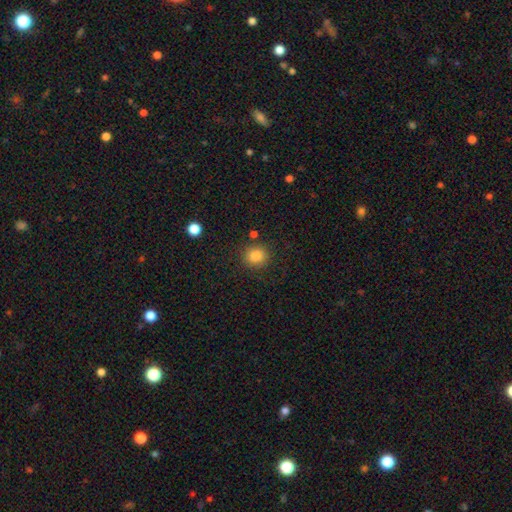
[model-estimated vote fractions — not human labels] Smooth or featured? smooth (85%)
How rounded? round (86%)
Merging? none (84%)